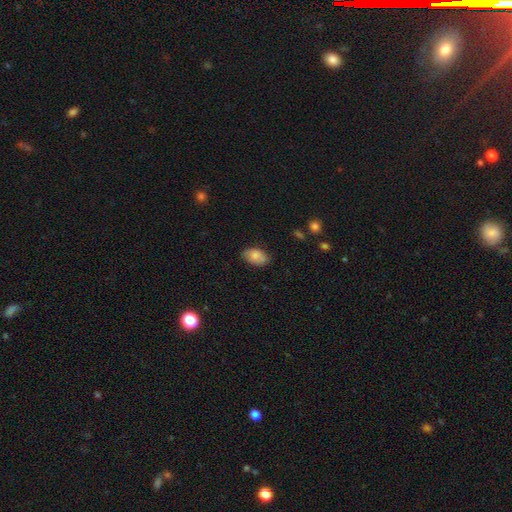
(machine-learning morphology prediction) This is clearly a smooth galaxy (81%). How rounded: clearly in between (92%). Merging: likely none (76%).